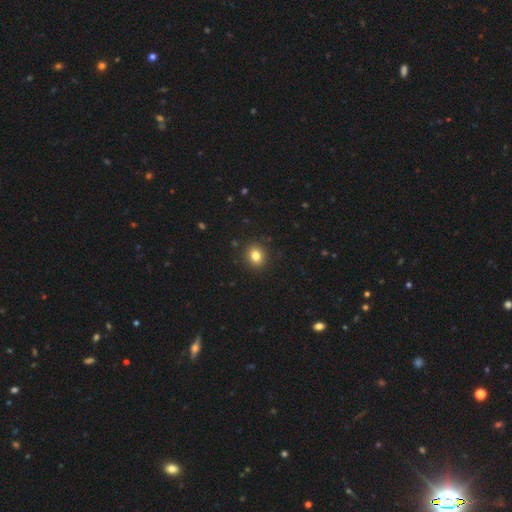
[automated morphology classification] type=smooth (83%); roundness=round (73%); merging=none (91%).